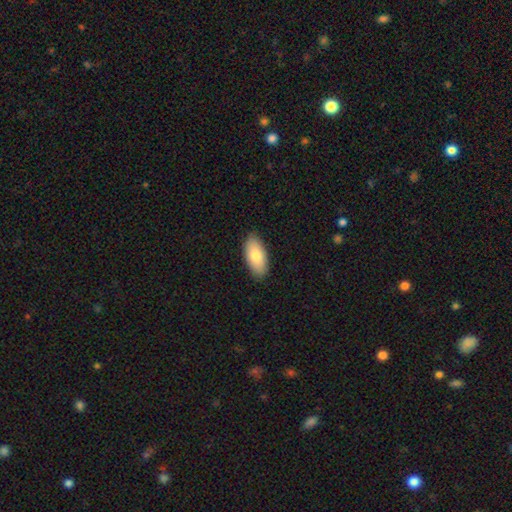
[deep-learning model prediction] A smooth galaxy with no disk features (82%) that is in between round and cigar-shaped (92%). Merging: none (87%).